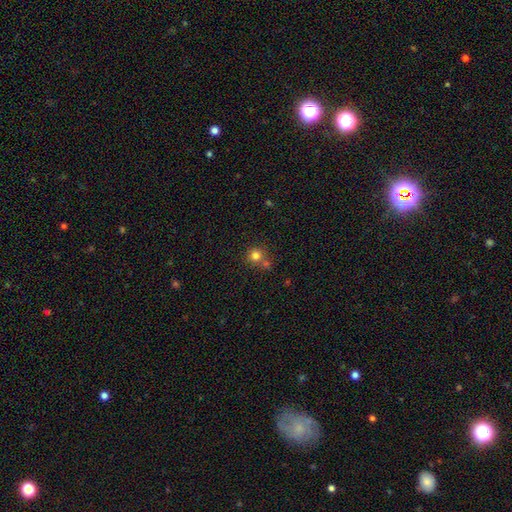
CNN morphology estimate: The model was most divided on "merging": none: 62%, merger: 26%, minor disturbance: 9%, major disturbance: 3%. More confident: how rounded — round (92%); smooth or featured — smooth (80%).